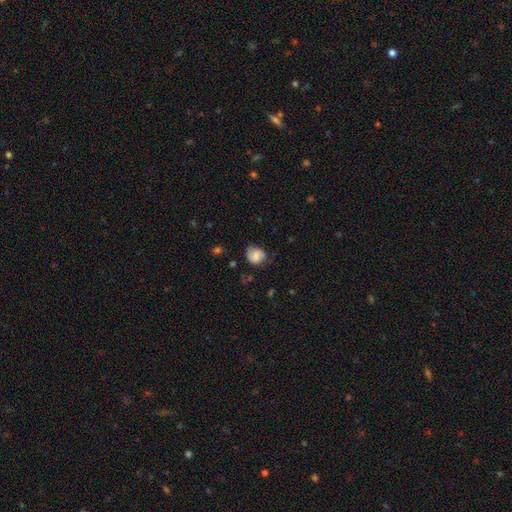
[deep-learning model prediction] Morphology: type=smooth (67%); roundness=round (64%); merging=none (63%).